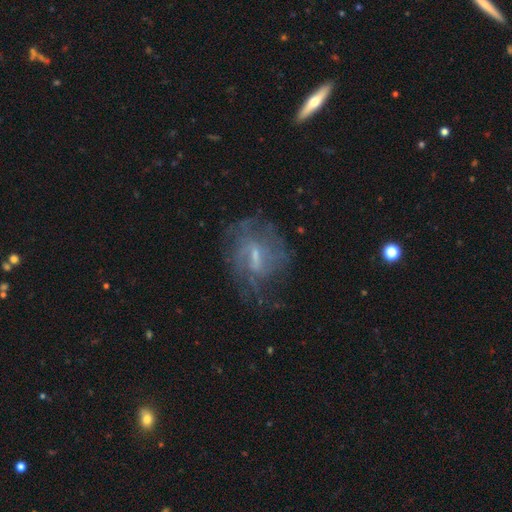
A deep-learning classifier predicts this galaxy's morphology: featured or disk 73%, smooth 17%, star or artifact 11%. Down the decision tree: edge-on disk — no (94%); bar — weak (56%); spiral arms — yes (72%); bulge size — small (52%); merging — none (55%).